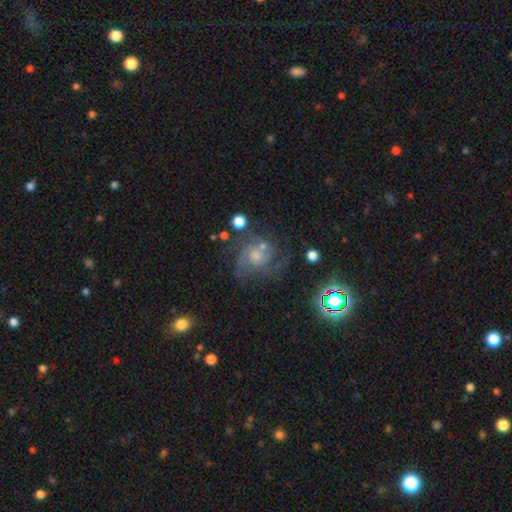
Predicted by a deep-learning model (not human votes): Smooth or featured: featured or disk — 76% (star or artifact — 15%)
Edge-on disk: no — 98% (yes — 2%)
Bar: no — 67% (weak — 28%)
Spiral arms: yes — 95% (no — 5%)
Spiral winding: medium — 46% (tight — 42%)
Spiral arm count: 2 — 32% (3 — 29%)
Bulge size: moderate — 45% (small — 39%)
Merging: none — 64% (minor disturbance — 17%)